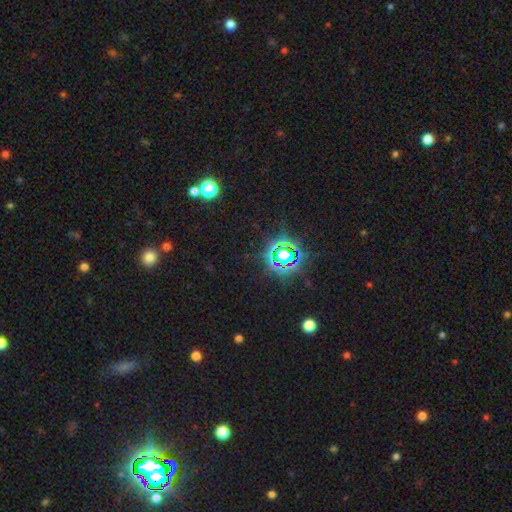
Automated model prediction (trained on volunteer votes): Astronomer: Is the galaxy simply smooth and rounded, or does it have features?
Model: star or artifact — 77%.